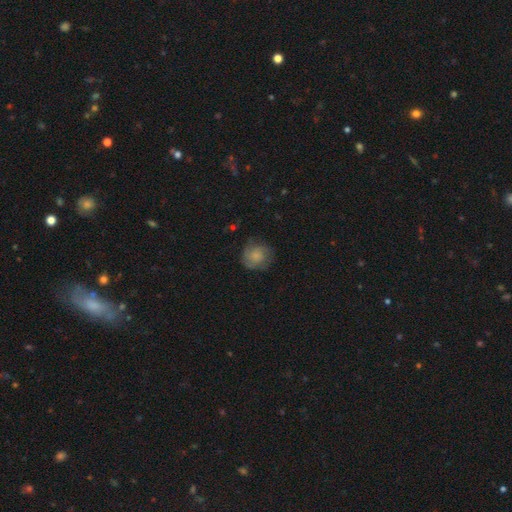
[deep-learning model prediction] This is likely a smooth galaxy (73%). How rounded: clearly round (87%). Merging: likely none (70%).